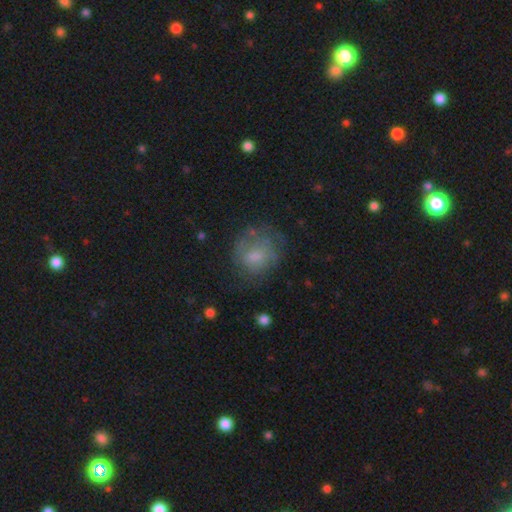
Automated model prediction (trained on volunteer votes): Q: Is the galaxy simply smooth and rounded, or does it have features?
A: smooth — 57%.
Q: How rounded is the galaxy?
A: round — 70%.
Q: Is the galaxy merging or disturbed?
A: none — 55%.